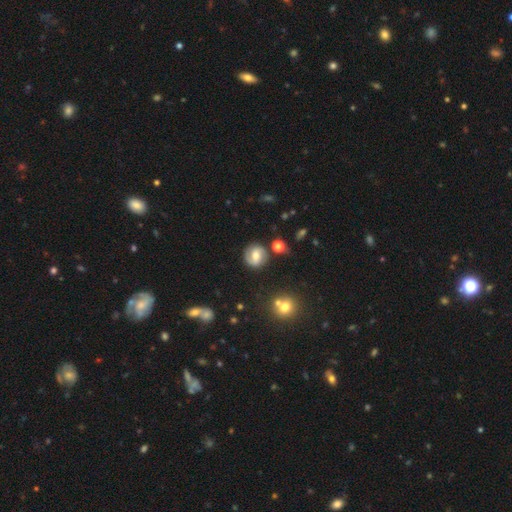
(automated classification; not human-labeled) featured or disk 55%, smooth 37%, star or artifact 8%. Down the decision tree: edge-on disk — no (97%); bar — weak (50%); spiral arms — yes (80%); bulge size — moderate (62%); merging — none (78%).